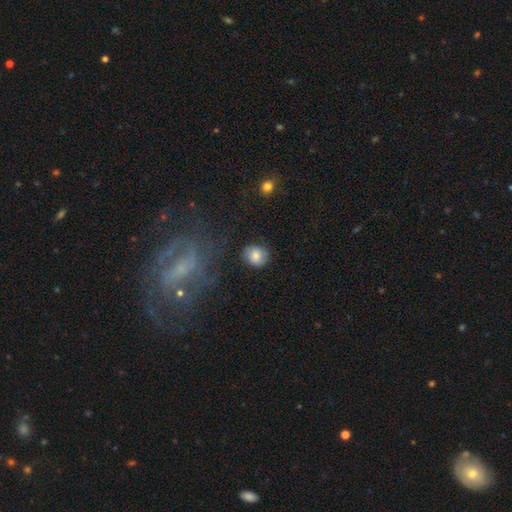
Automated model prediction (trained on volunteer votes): Smooth or featured?
  - smooth: 78% *
  - featured or disk: 13%
  - star or artifact: 9%
How rounded?
  - round: 78% *
  - in between: 21%
  - cigar-shaped: 1%
Merging?
  - none: 81% *
  - minor disturbance: 13%
  - major disturbance: 4%
  - merger: 2%